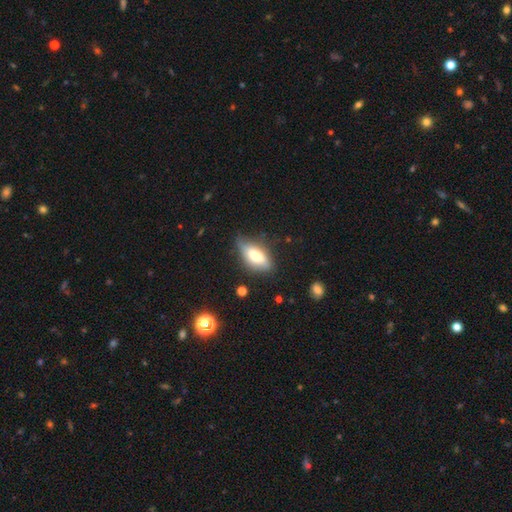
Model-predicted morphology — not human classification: A smooth galaxy with no disk features (64%) that is in between round and cigar-shaped (81%). Merging: none (67%).